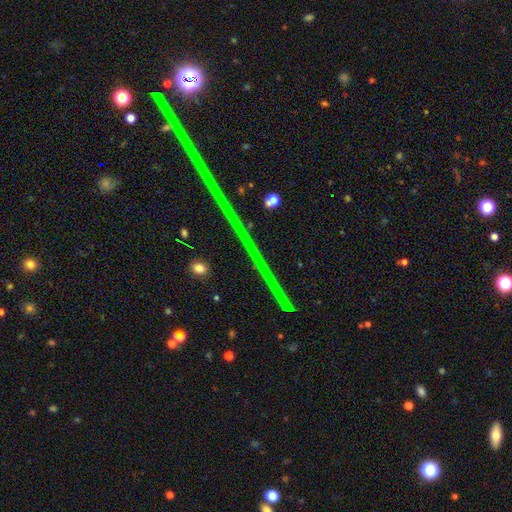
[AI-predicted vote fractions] This is likely a star or artifact rather than a galaxy (80%).